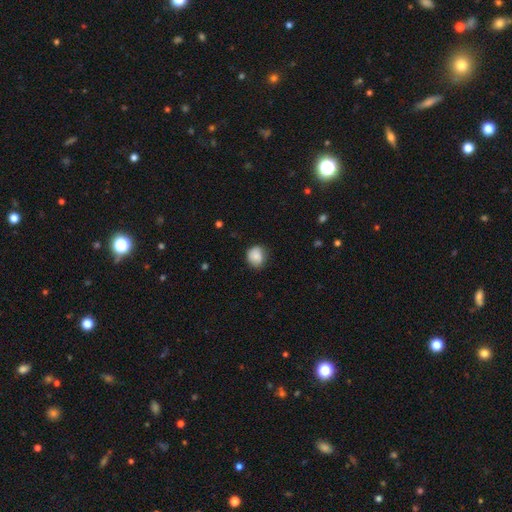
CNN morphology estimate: The model was most divided on "how rounded": round: 71%, in between: 28%, cigar-shaped: 1%. More confident: smooth or featured — smooth (86%); merging — none (72%).